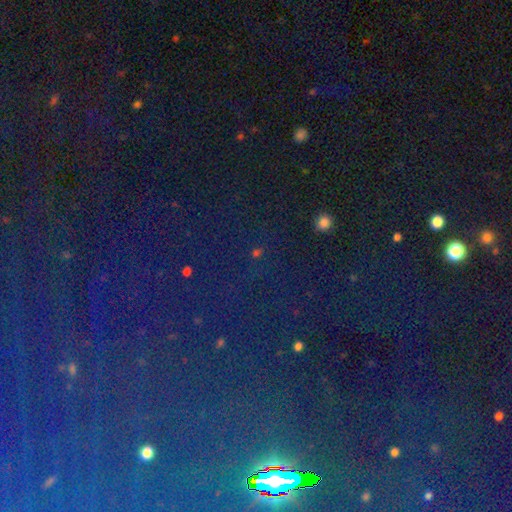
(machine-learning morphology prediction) This appears to be a star or artifact, not a galaxy (82%).